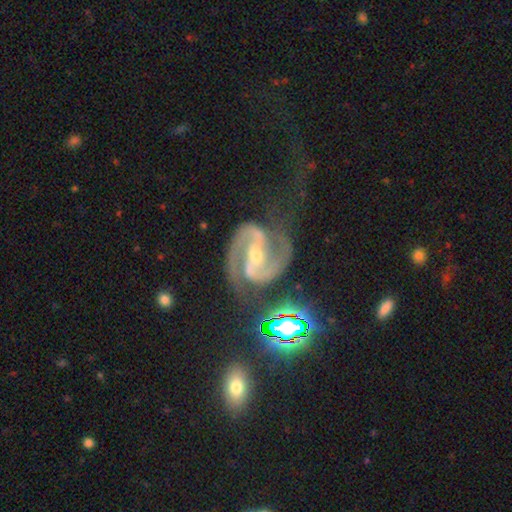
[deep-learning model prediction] Morphology: type=featured or disk (91%); edge-on=no (98%); bar=strong (53%); spiral arms=yes (98%); winding=medium (59%); arm count=2 (93%); bulge=small (54%); merging=none (56%).